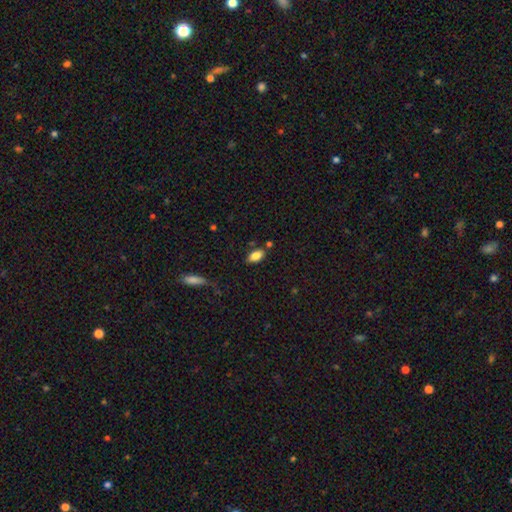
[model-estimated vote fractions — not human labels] This appears to be a smooth galaxy with no disk features (83%) that is in between round and cigar-shaped (91%). Merging: none (78%).